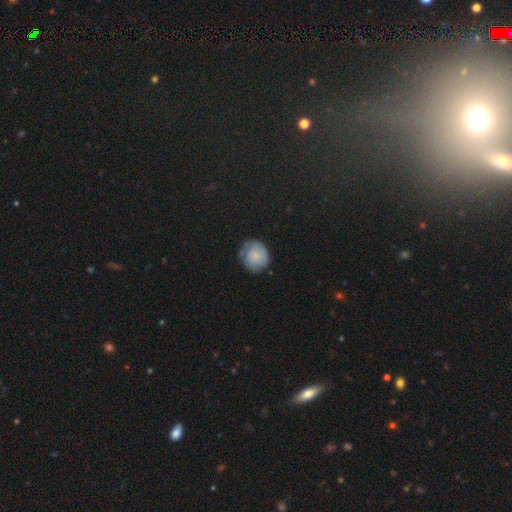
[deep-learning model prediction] smooth-or-featured: smooth: 67% | featured or disk: 25% | star or artifact: 8%
  how-rounded: round: 82% | in between: 17% | cigar-shaped: 1%
  merging: none: 66% | minor disturbance: 25% | major disturbance: 7% | merger: 2%